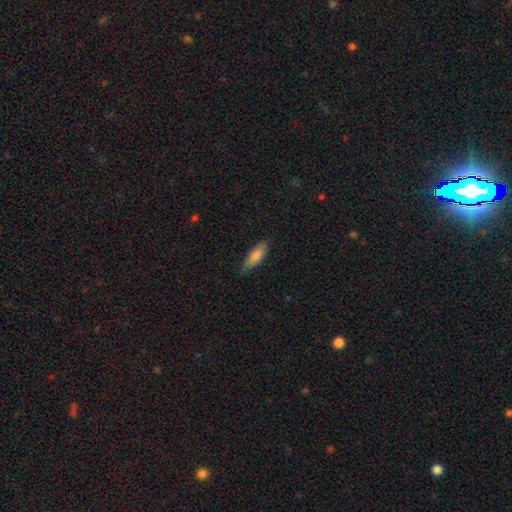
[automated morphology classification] Overall: smooth (75%). How rounded: cigar-shaped (51%; in between 47%). Merging: none (78%).